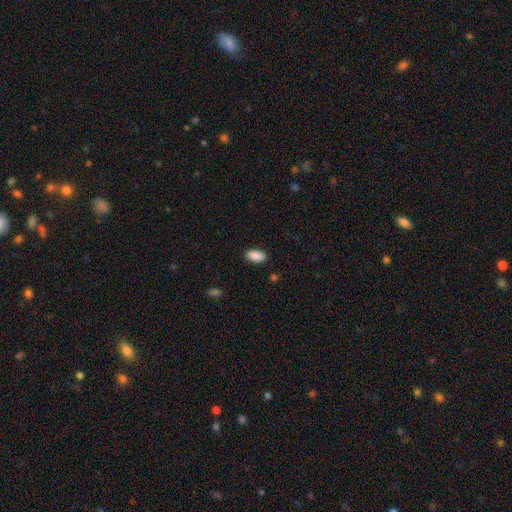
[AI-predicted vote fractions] A smooth galaxy with no disk features (90%) that is in between round and cigar-shaped (93%). Merging: none (88%).